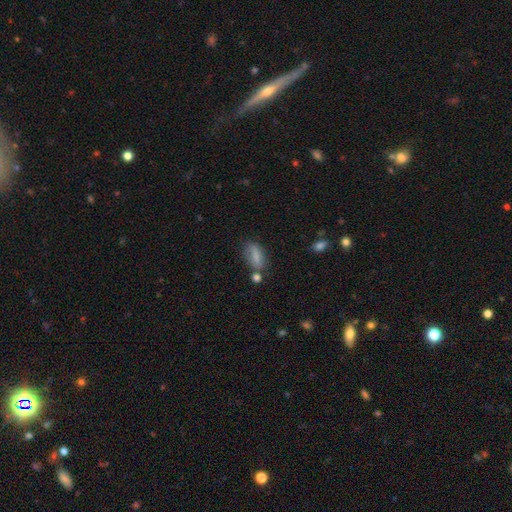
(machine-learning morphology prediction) This appears to be a smooth galaxy with no disk features (79%) that is in between round and cigar-shaped (75%). Merging: none (56%).